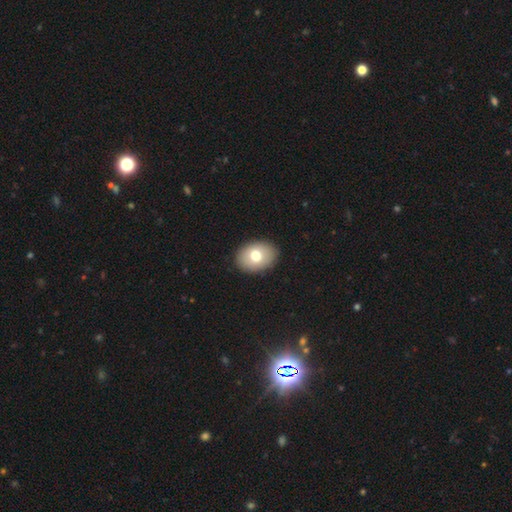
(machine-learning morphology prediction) Smooth or featured? smooth (74%)
How rounded? in between (72%)
Merging? none (90%)